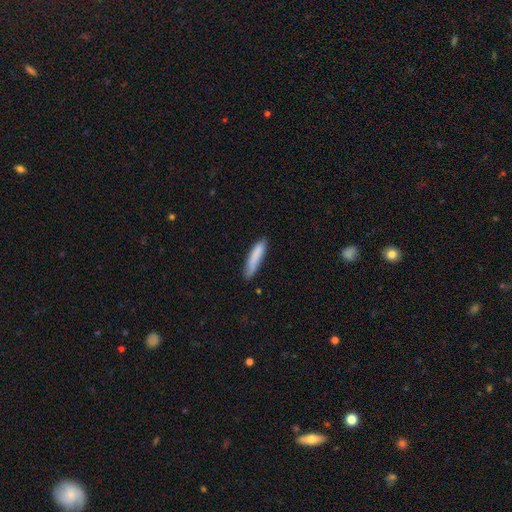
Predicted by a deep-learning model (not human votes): A smooth galaxy with no disk features (84%) that is cigar-shaped (85%). Merging: none (76%).